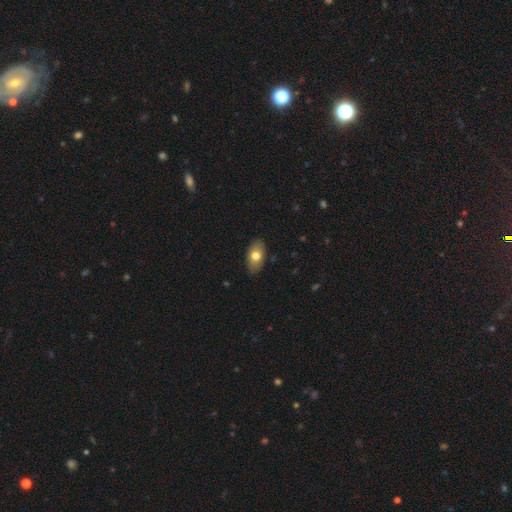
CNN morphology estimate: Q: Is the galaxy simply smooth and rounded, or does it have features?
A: smooth — 74%.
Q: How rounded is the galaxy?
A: in between — 91%.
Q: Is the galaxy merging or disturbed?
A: none — 86%.